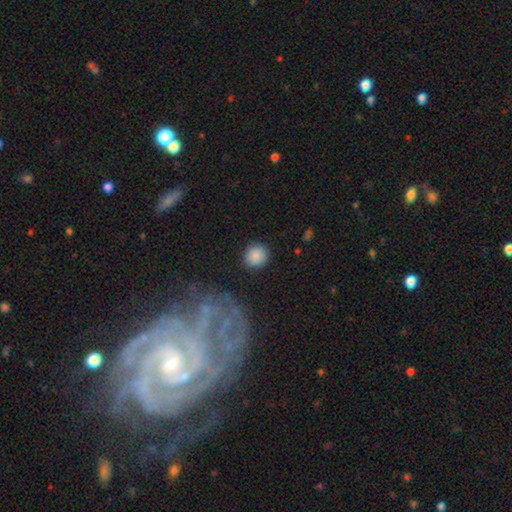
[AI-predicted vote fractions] Smooth or featured? Predicted: smooth (p=0.87). How rounded? Predicted: round (p=0.90). Merging? Predicted: none (p=0.87).